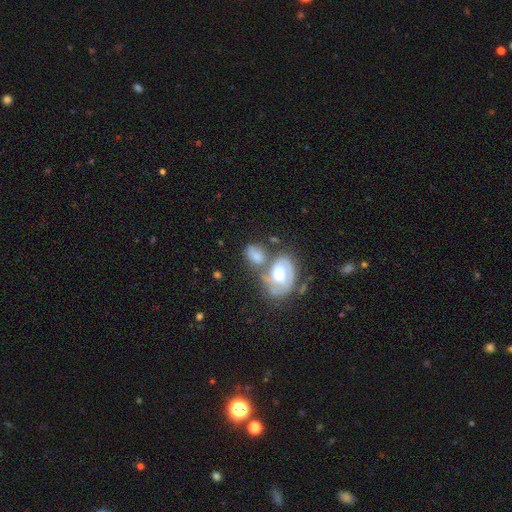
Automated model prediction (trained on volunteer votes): Morphology: type=smooth (49%); merging=merger (43%).